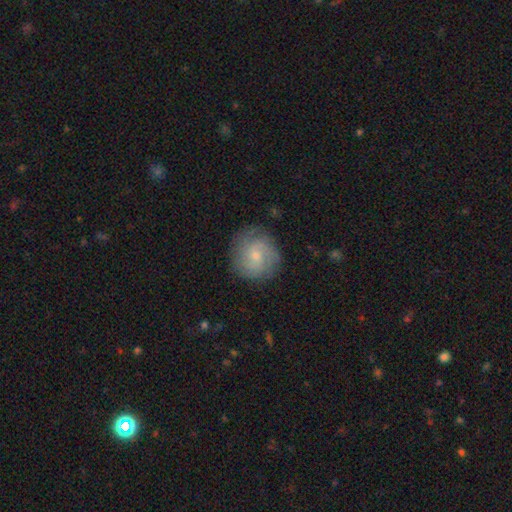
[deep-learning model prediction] A featured or disk galaxy (64%) with no bar (70%), tight (55%) spiral arms (92%) and a small central bulge (65%). Merging: none (80%).